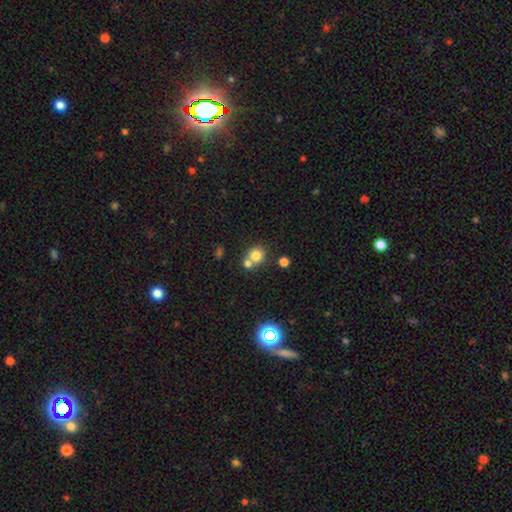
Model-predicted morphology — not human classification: smooth 78%, star or artifact 13%, featured or disk 9%. Down the decision tree: how rounded — round (86%); merging — none (54%).